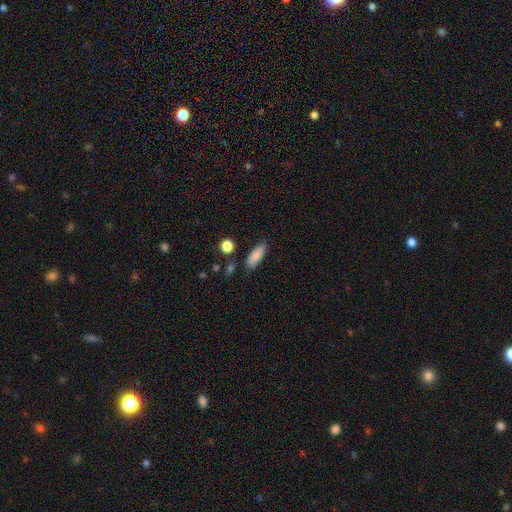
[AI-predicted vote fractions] This appears to be a smooth galaxy with no disk features (84%) that is in between round and cigar-shaped (63%). Merging: none (80%).